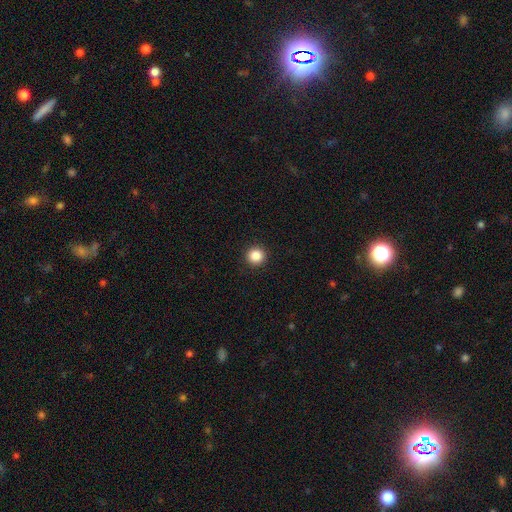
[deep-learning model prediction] A smooth galaxy with no disk features (87%) that is round (95%). Merging: none (93%).